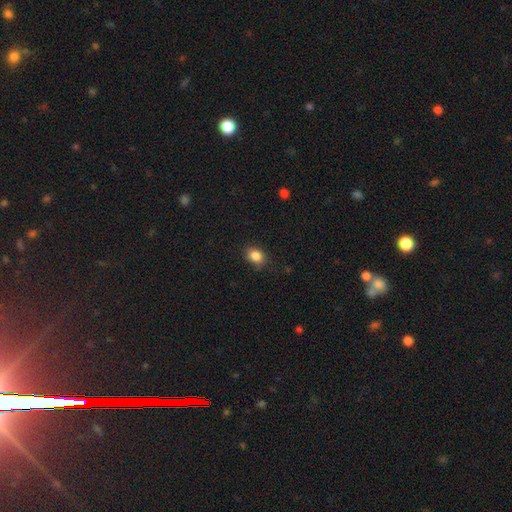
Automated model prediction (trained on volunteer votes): A smooth galaxy with no disk features (86%) that is in between round and cigar-shaped (60%).

Vote fractions:
- Smooth or featured? smooth: 86% / star or artifact: 9% / featured or disk: 5%
- How rounded? in between: 60% / round: 39% / cigar-shaped: 1%
- Merging? none: 84% / minor disturbance: 12% / major disturbance: 3% / merger: 1%